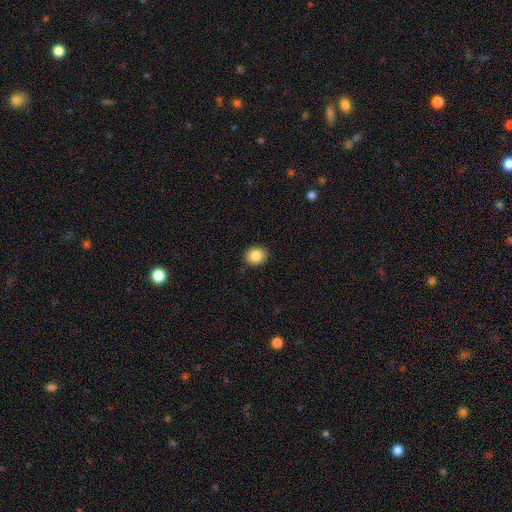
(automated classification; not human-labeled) smooth-or-featured: smooth: 85% | star or artifact: 9% | featured or disk: 6%
  how-rounded: round: 57% | in between: 42% | cigar-shaped: 1%
  merging: none: 89% | minor disturbance: 8% | major disturbance: 2% | merger: 1%